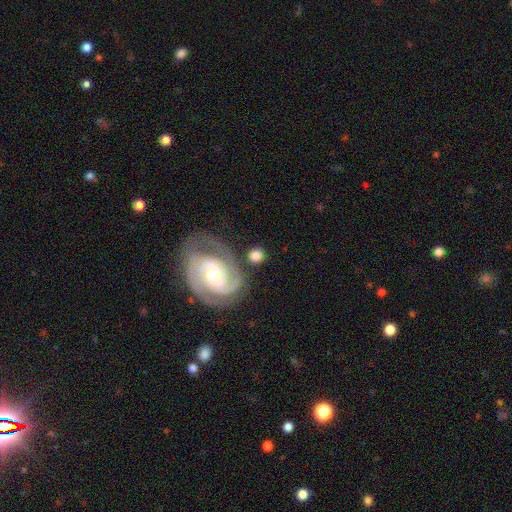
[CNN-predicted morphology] Smooth or featured? smooth (53%)
How rounded? round (79%)
Merging? none (74%)